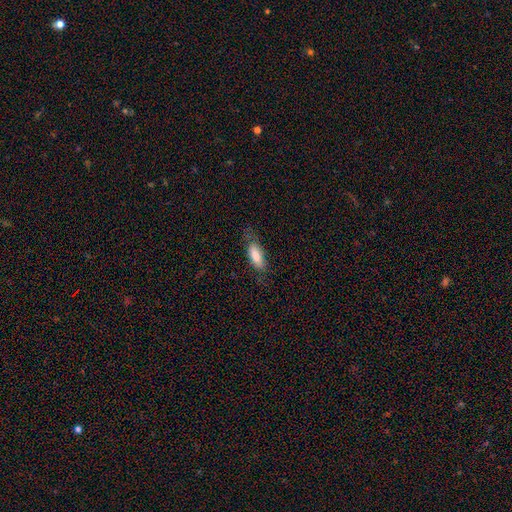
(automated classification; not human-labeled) Smooth or featured? Predicted: smooth (p=0.79). How rounded? Predicted: in between (p=0.72). Merging? Predicted: none (p=0.62).